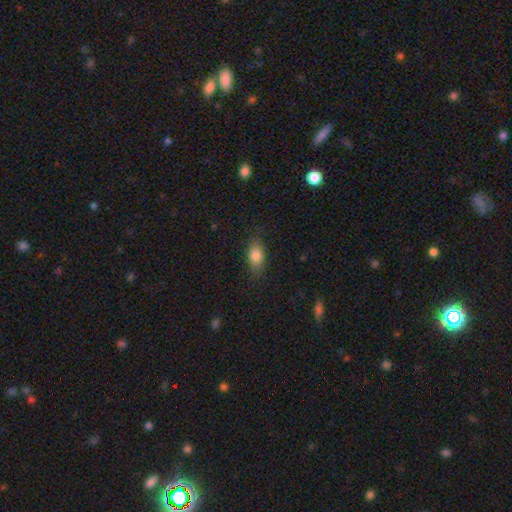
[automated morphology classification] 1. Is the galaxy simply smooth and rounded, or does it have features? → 83% smooth, 9% featured or disk, 8% star or artifact.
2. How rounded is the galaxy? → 85% in between, 7% round, 7% cigar-shaped.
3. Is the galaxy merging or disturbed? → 79% none, 16% minor disturbance, 4% major disturbance, 1% merger.